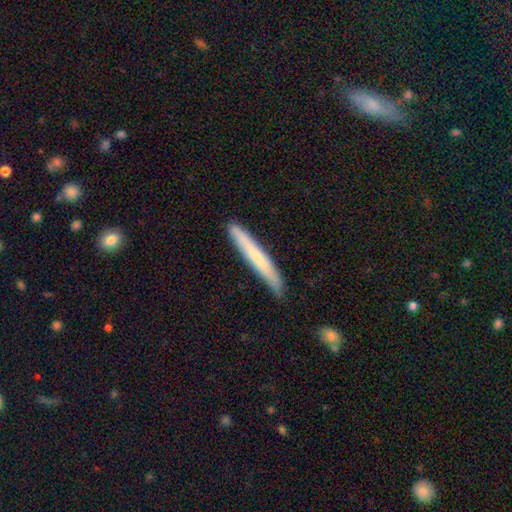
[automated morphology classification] Q: Smooth or featured?
A: smooth (60%); runner-up: featured or disk (35%)
Q: How rounded?
A: cigar-shaped (96%); runner-up: in between (3%)
Q: Merging?
A: none (84%); runner-up: minor disturbance (13%)